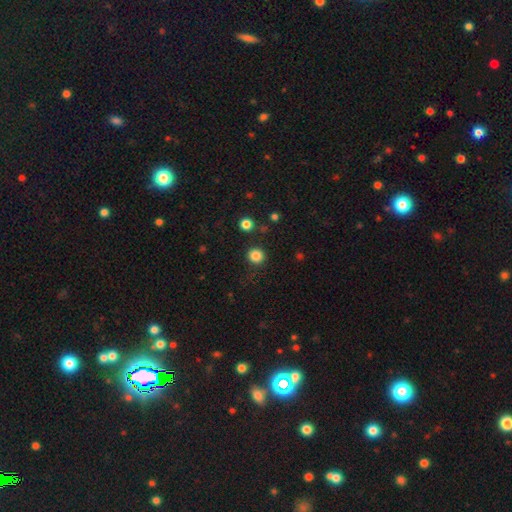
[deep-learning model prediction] smooth_or_featured: smooth (p=0.84) [alt: star or artifact p=0.12]
how_rounded: round (p=0.92) [alt: in between p=0.07]
merging: none (p=0.88) [alt: minor disturbance p=0.07]